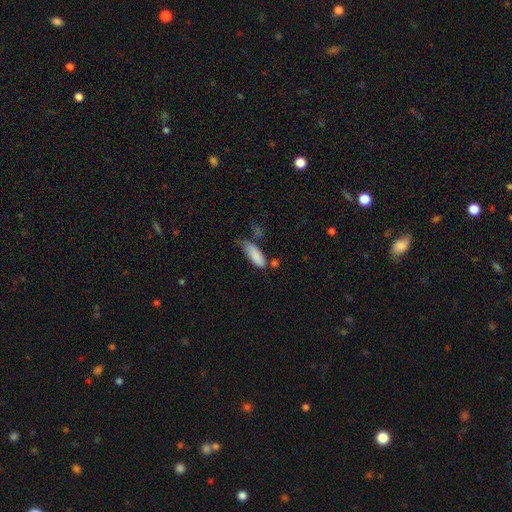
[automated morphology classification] Q: Smooth or featured?
A: smooth (83%); runner-up: featured or disk (9%)
Q: How rounded?
A: in between (63%); runner-up: cigar-shaped (35%)
Q: Merging?
A: minor disturbance (34%); runner-up: none (33%)